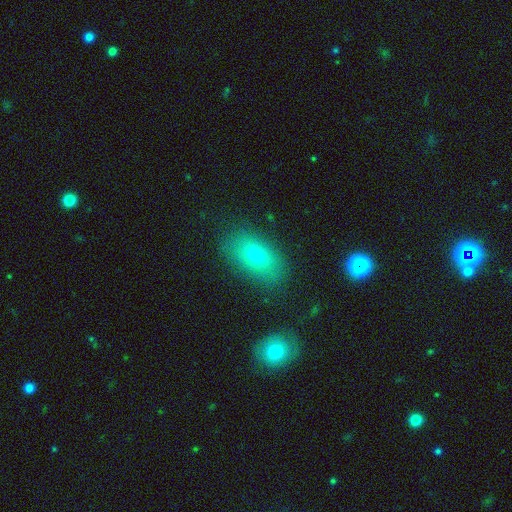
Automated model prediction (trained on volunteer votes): Q: Smooth or featured?
A: smooth (67%); runner-up: featured or disk (23%)
Q: How rounded?
A: in between (84%); runner-up: cigar-shaped (10%)
Q: Merging?
A: none (81%); runner-up: minor disturbance (13%)